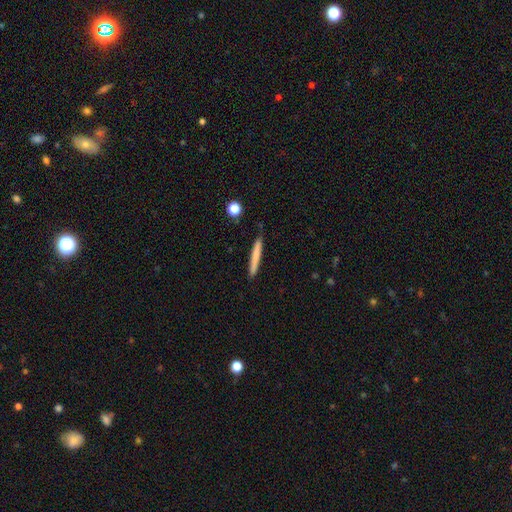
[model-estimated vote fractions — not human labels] Overall: smooth (72%). How rounded: cigar-shaped (96%). Merging: none (86%).